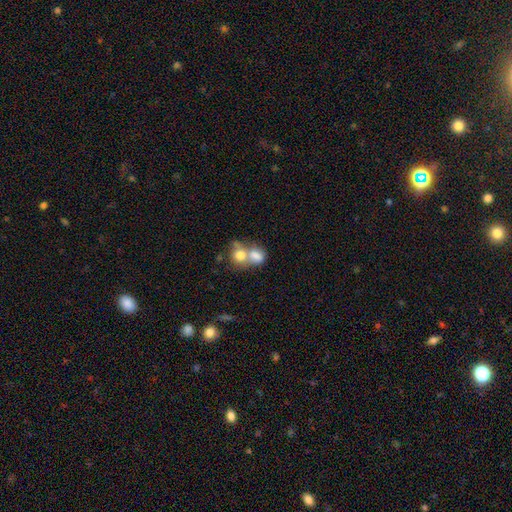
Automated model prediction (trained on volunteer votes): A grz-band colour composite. It shows a smooth galaxy with no disk features (74%) that is round (51%). Merging: merger (69%).